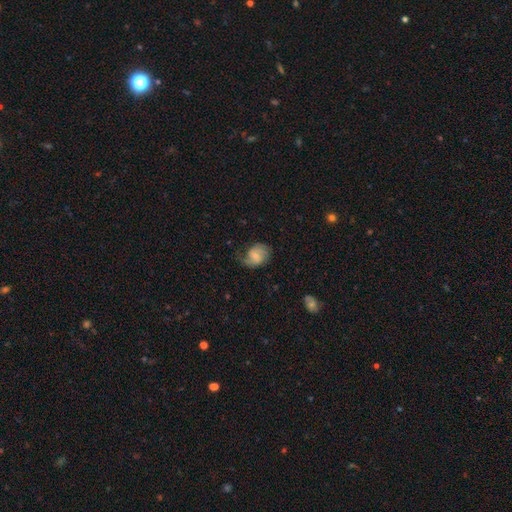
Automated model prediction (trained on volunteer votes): A featured or disk galaxy (50%). Merging: none (49%).